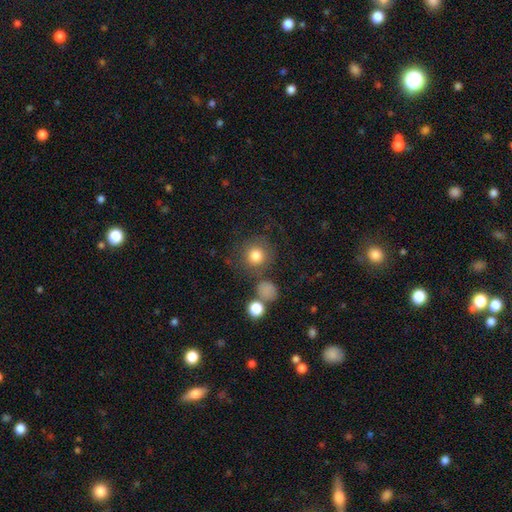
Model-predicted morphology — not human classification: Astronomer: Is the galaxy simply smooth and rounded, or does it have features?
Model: smooth — 80%.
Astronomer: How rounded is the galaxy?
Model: round — 92%.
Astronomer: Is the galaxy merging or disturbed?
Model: none — 73%.